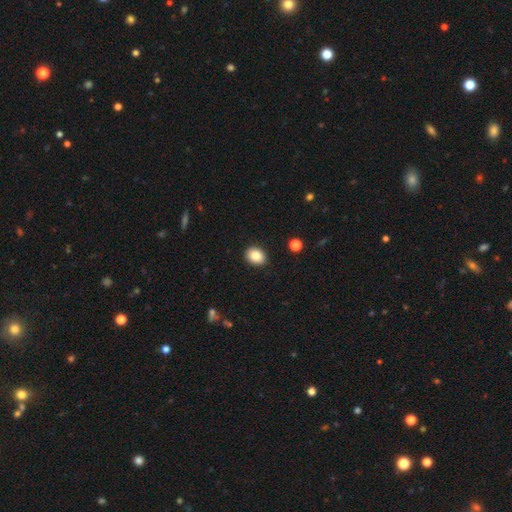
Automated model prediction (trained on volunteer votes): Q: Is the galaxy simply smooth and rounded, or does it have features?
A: smooth — 85%.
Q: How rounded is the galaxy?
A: in between — 54%.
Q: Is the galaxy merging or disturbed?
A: none — 90%.